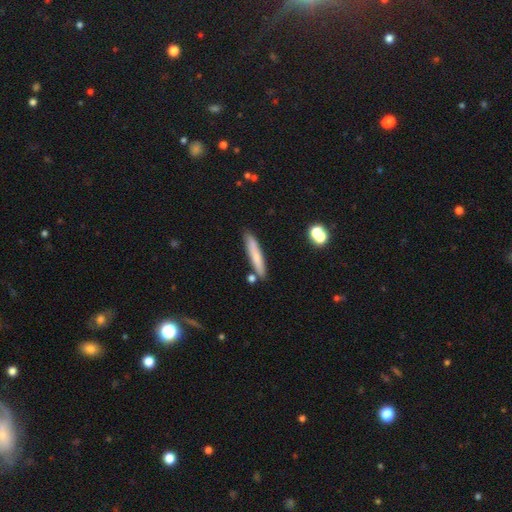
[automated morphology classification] Overall: smooth (71%). How rounded: cigar-shaped (92%). Merging: none (83%).